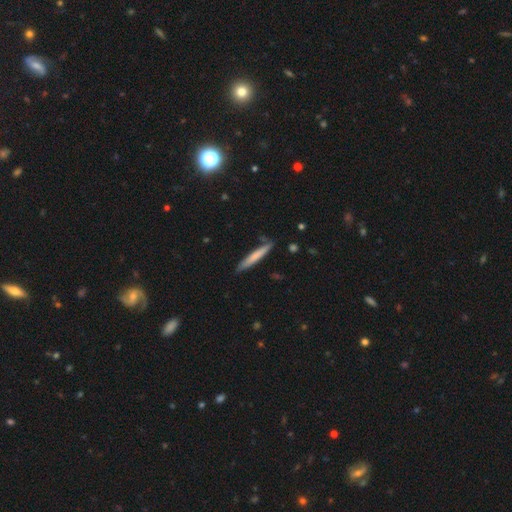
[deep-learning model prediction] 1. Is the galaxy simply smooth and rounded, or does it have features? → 70% smooth, 25% featured or disk, 5% star or artifact.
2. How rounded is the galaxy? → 95% cigar-shaped, 4% in between, 1% round.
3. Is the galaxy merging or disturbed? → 82% none, 13% minor disturbance, 3% merger, 2% major disturbance.